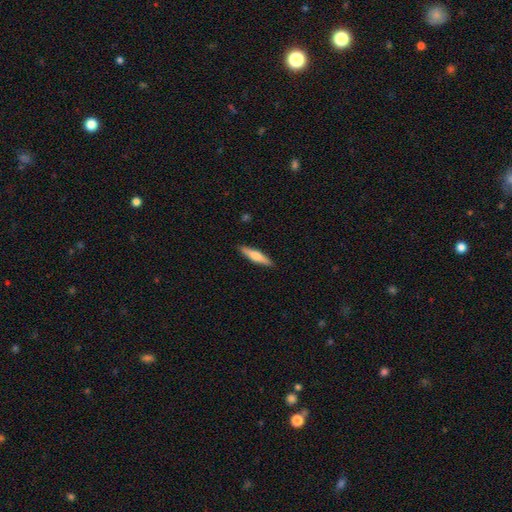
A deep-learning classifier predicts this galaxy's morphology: smooth-or-featured: smooth: 60% | featured or disk: 34% | star or artifact: 5%
  how-rounded: cigar-shaped: 80% | in between: 19% | round: 2%
  merging: none: 90% | minor disturbance: 7% | major disturbance: 2% | merger: 1%